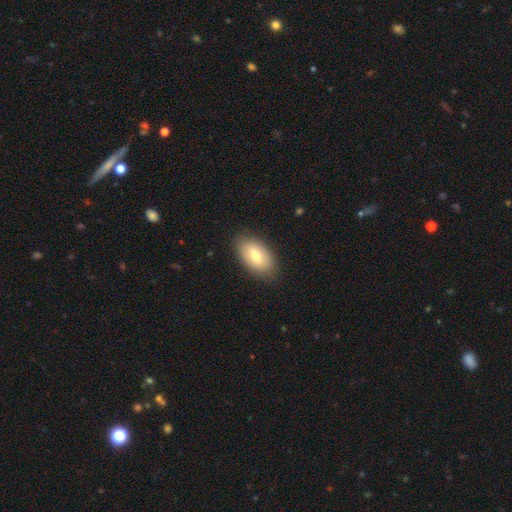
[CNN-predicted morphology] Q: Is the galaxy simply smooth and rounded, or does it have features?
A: smooth — 73%.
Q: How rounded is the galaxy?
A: in between — 93%.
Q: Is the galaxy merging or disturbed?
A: none — 85%.